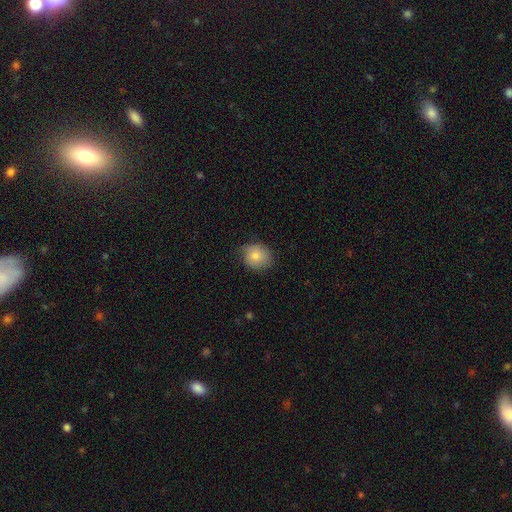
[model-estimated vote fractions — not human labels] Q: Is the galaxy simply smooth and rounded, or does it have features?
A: smooth — 82%.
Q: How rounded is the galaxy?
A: round — 77%.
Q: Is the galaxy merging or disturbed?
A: none — 69%.